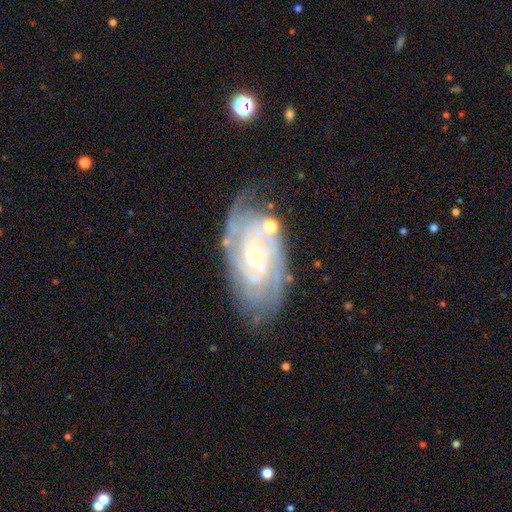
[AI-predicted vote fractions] A featured or disk galaxy (87%) with no bar (68%), tight (74%) spiral arms (97%) and a small central bulge (76%).

Vote fractions:
- Smooth or featured? featured or disk: 87% / smooth: 7% / star or artifact: 6%
- Edge-on disk? no: 95% / yes: 5%
- Bar? no: 68% / weak: 25% / strong: 7%
- Spiral arms? yes: 97% / no: 3%
- Spiral winding? tight: 74% / medium: 22% / loose: 4%
- Spiral arm count? can't tell: 28% / 4: 21% / 3: 19% / 2: 18% / more than 4: 8% / 1: 5%
- Bulge size? small: 76% / moderate: 19% / none: 2% / large: 1% / dominant: 1%
- Merging? none: 71% / minor disturbance: 19% / major disturbance: 6% / merger: 3%